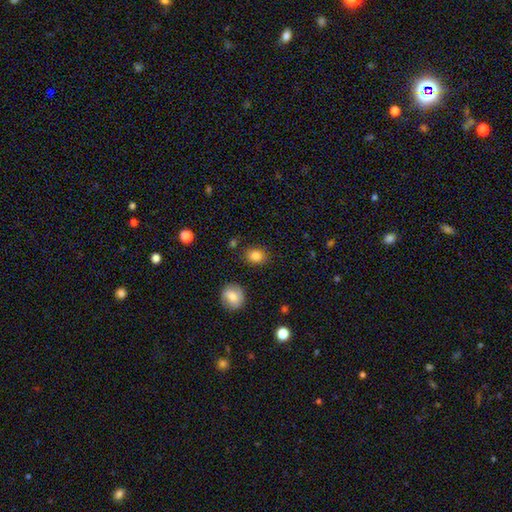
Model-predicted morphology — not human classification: Smooth or featured? Predicted: smooth (p=0.85). How rounded? Predicted: round (p=0.50). Merging? Predicted: none (p=0.83).